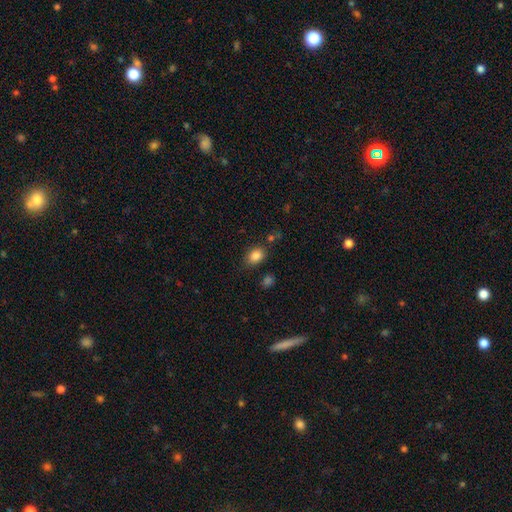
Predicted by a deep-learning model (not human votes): This is clearly a smooth galaxy (85%). How rounded: likely in between (71%). Merging: likely none (78%).